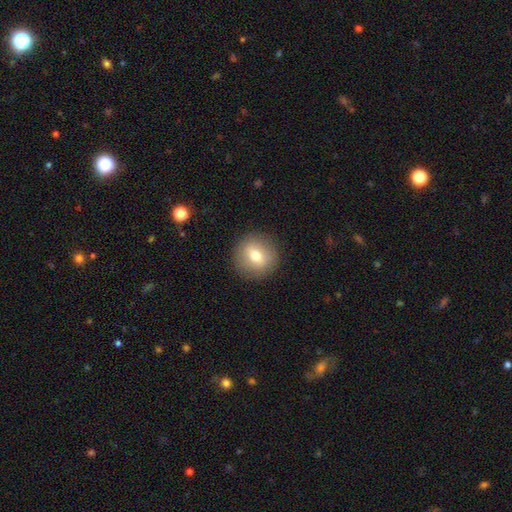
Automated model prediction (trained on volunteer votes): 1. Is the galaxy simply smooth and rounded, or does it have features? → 68% smooth, 23% featured or disk, 9% star or artifact.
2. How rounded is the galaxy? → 89% round, 9% in between, 1% cigar-shaped.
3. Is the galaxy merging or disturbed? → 90% none, 7% minor disturbance, 3% major disturbance, 1% merger.